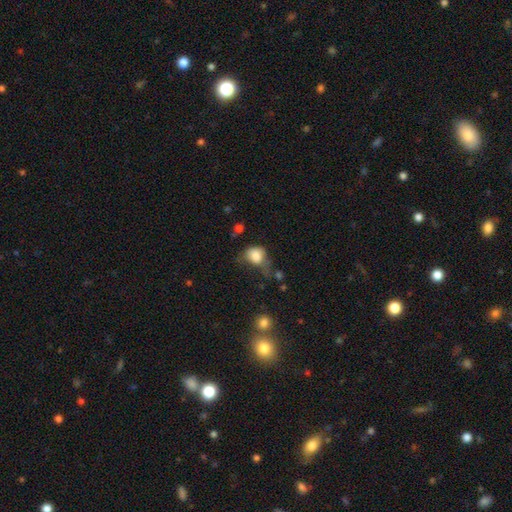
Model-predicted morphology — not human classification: smooth_or_featured: smooth (p=0.80) [alt: featured or disk p=0.11]
how_rounded: round (p=0.53) [alt: in between p=0.46]
merging: minor disturbance (p=0.32) [alt: major disturbance p=0.30]